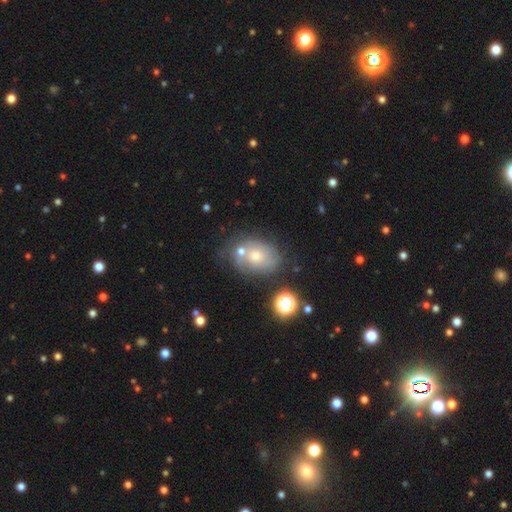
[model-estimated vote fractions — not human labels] Smooth or featured?
  - smooth: 44% *
  - featured or disk: 38%
  - star or artifact: 17%
Merging?
  - none: 53% *
  - minor disturbance: 20%
  - merger: 19%
  - major disturbance: 8%